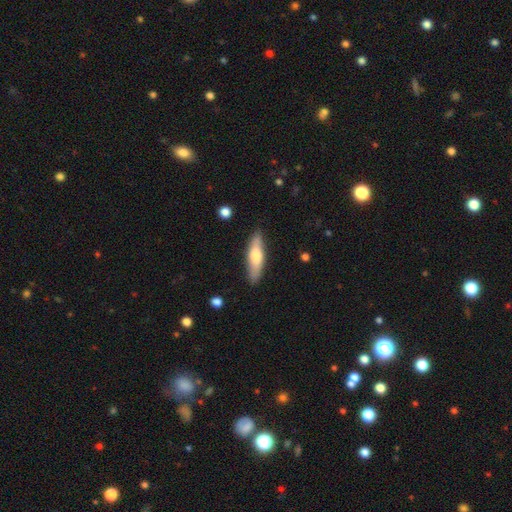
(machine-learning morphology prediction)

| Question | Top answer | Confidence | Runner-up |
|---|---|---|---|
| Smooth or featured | smooth | 62% | featured or disk (33%) |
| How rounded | cigar-shaped | 65% | in between (33%) |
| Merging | none | 86% | minor disturbance (11%) |